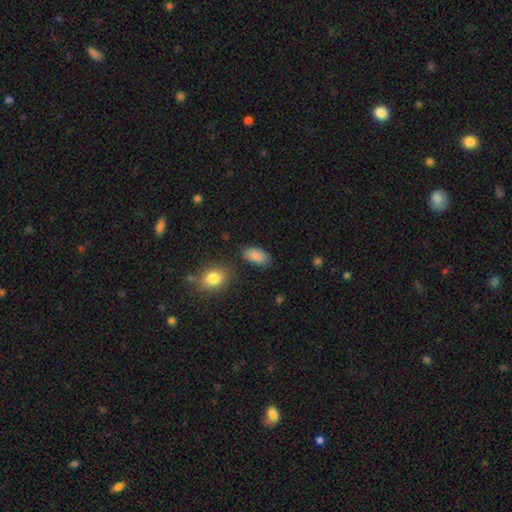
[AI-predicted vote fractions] Smooth or featured? smooth (86%)
How rounded? in between (93%)
Merging? none (76%)